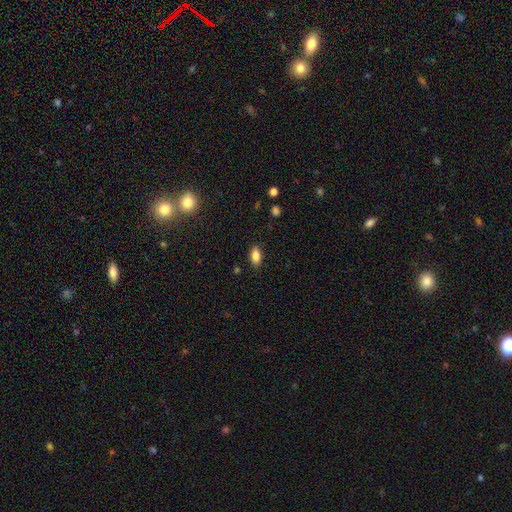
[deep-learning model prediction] This appears to be a smooth galaxy with no disk features (84%) that is in between round and cigar-shaped (88%). Merging: none (87%).